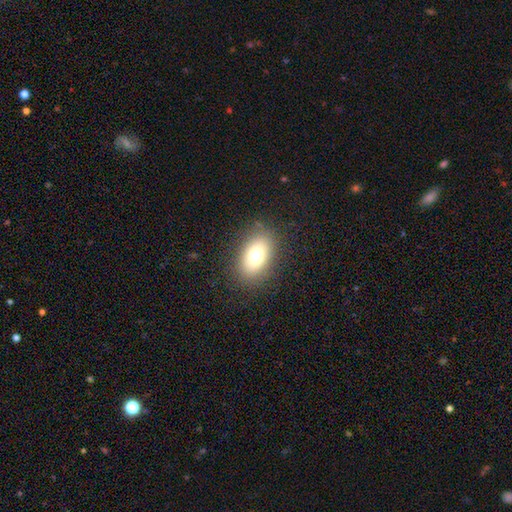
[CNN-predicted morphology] A smooth galaxy with no disk features (73%) that is in between round and cigar-shaped (84%). Merging: none (84%).